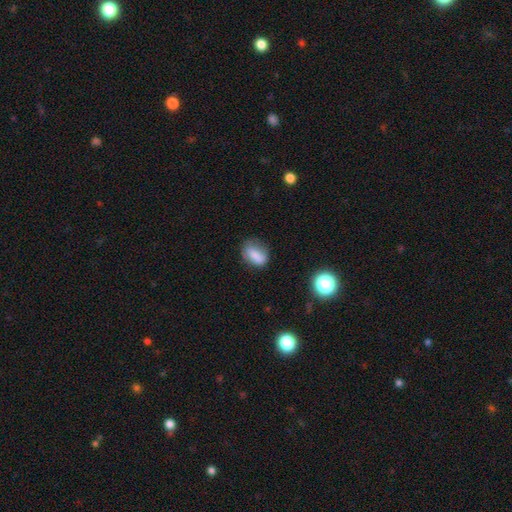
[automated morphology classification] The model was most divided on "merging": none: 64%, minor disturbance: 26%, major disturbance: 8%, merger: 2%. More confident: how rounded — in between (79%); smooth or featured — smooth (77%).